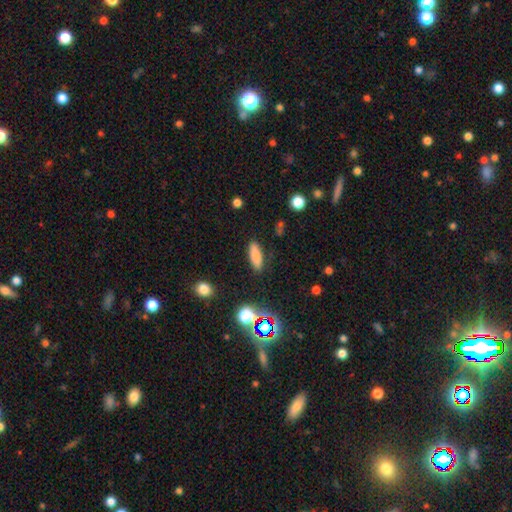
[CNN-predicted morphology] smooth 82%, star or artifact 10%, featured or disk 8%. Down the decision tree: how rounded — in between (59%); merging — none (87%).